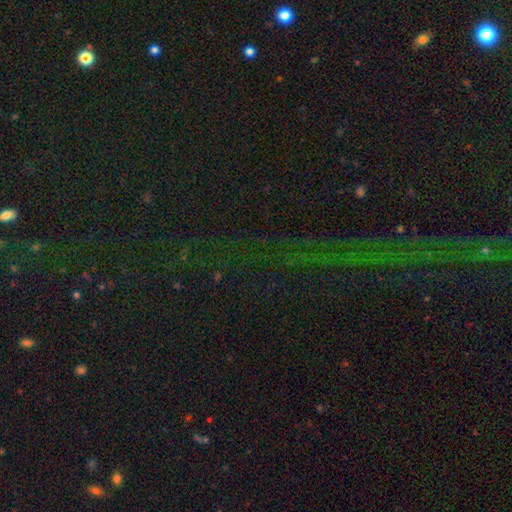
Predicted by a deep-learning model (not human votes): star or artifact 78%, featured or disk 11%, smooth 11%.